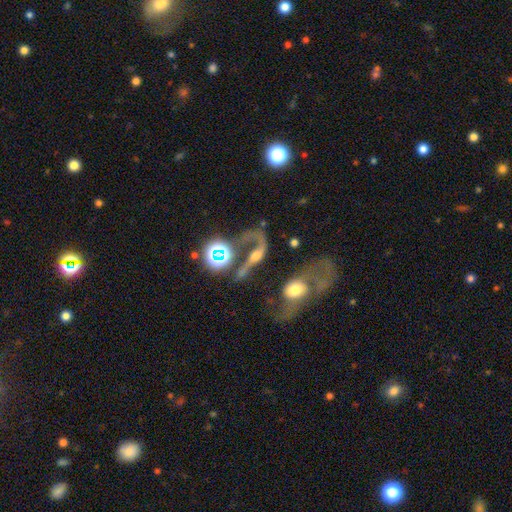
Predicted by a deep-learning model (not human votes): featured or disk 70%, smooth 16%, star or artifact 14%. Down the decision tree: edge-on disk — no (88%); bar — no (55%); spiral arms — yes (83%); spiral arm count — 2 (75%); spiral winding — loose (87%); bulge size — moderate (48%); merging — major disturbance (30%).